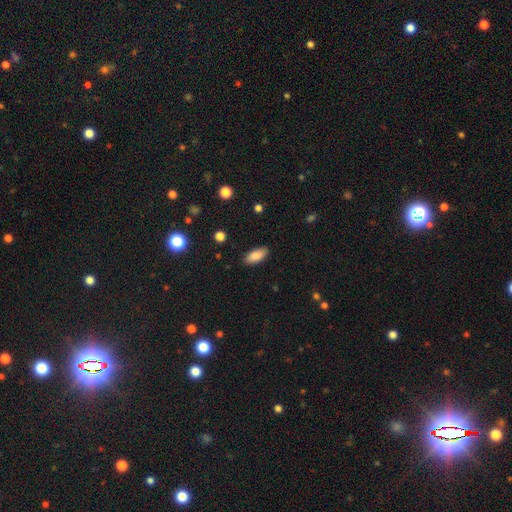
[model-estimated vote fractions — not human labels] A smooth galaxy with no disk features (86%) that is in between round and cigar-shaped (88%). Merging: none (87%).